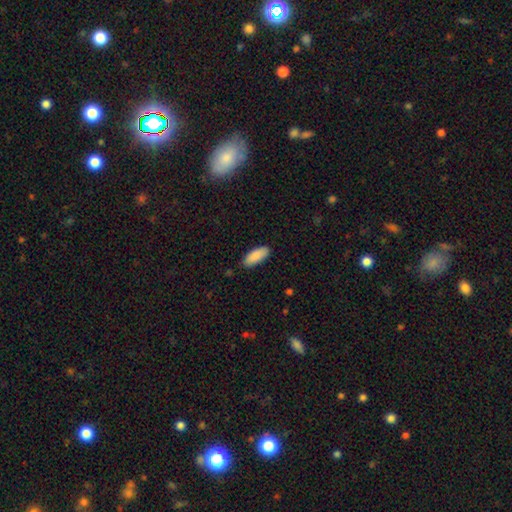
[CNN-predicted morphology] A smooth galaxy with no disk features (90%) that is in between round and cigar-shaped (82%). Merging: none (86%).